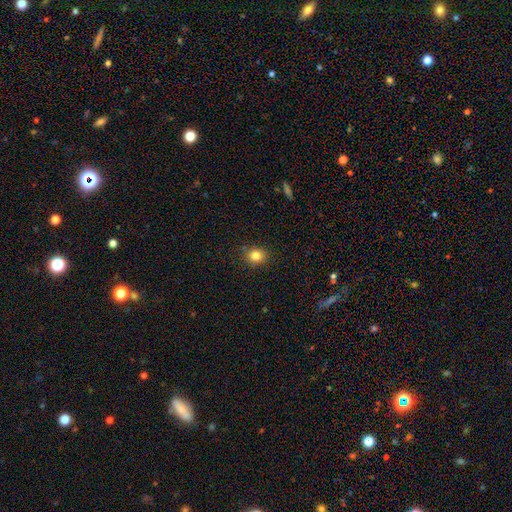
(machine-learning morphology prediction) Smooth or featured? smooth (82%)
How rounded? round (72%)
Merging? none (88%)